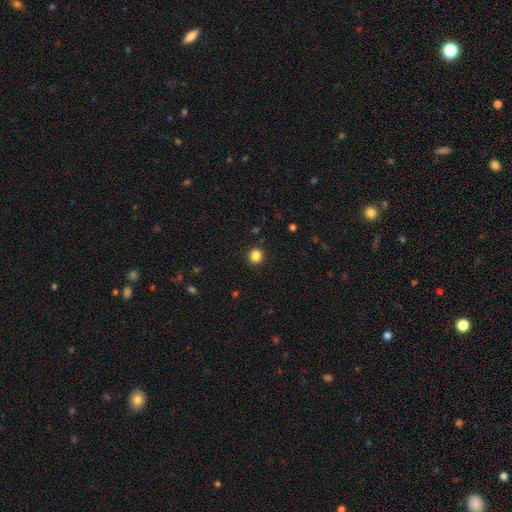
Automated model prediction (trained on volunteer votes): The model was most divided on "how rounded": round: 85%, in between: 15%, cigar-shaped: 1%. More confident: merging — none (92%); smooth or featured — smooth (86%).